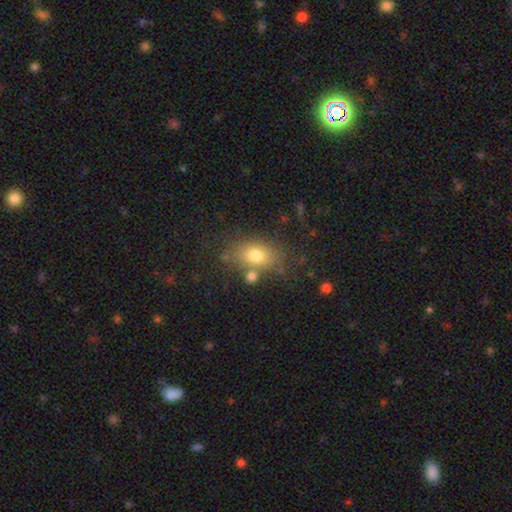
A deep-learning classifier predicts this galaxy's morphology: Overall: smooth (75%). How rounded: in between (79%). Merging: none (70%).